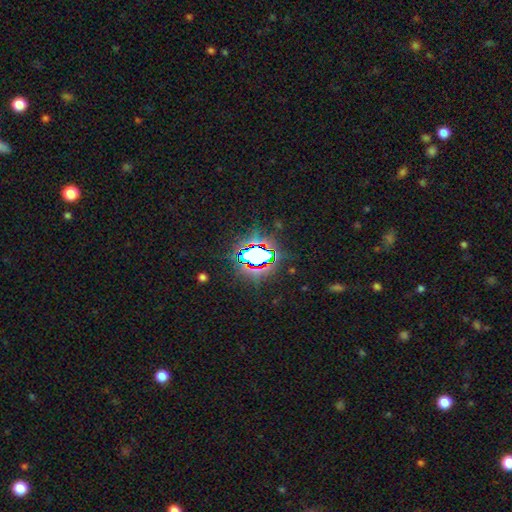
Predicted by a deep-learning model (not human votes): Overall: star or artifact (71%).